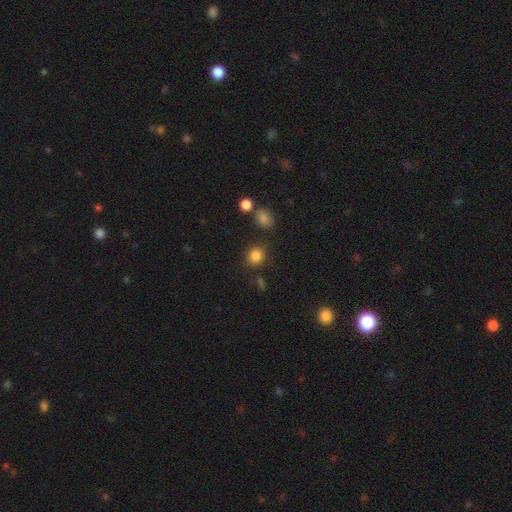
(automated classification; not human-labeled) Smooth or featured: smooth — 84% (star or artifact — 12%)
How rounded: round — 82% (in between — 17%)
Merging: none — 83% (minor disturbance — 9%)